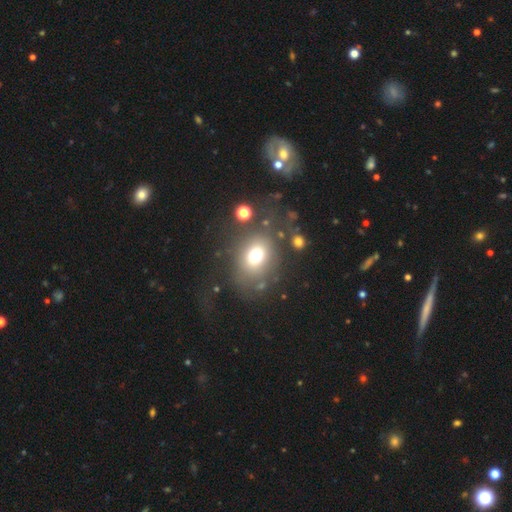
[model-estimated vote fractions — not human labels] Overall: smooth (70%). How rounded: round (54%; in between 45%). Merging: none (66%).